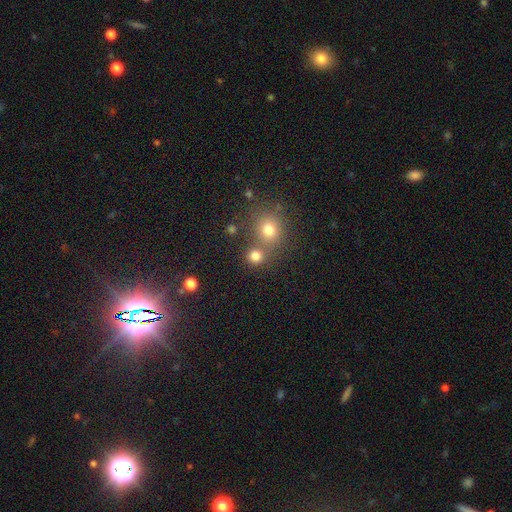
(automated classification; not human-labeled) This appears to be a smooth galaxy with no disk features (79%) that is round (86%). Merging: none (64%).